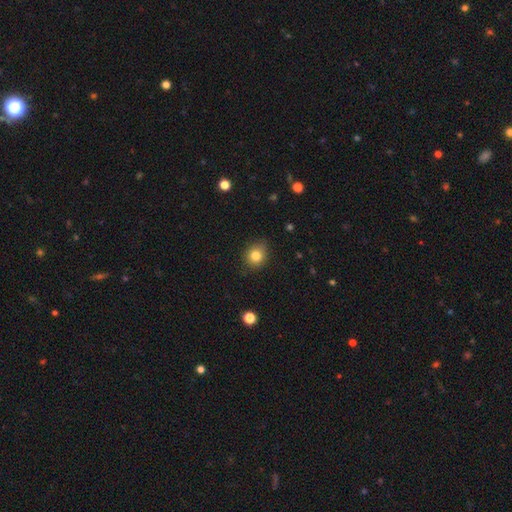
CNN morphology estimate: Q: Smooth or featured?
A: smooth (81%); runner-up: star or artifact (11%)
Q: How rounded?
A: round (68%); runner-up: in between (31%)
Q: Merging?
A: none (81%); runner-up: minor disturbance (15%)